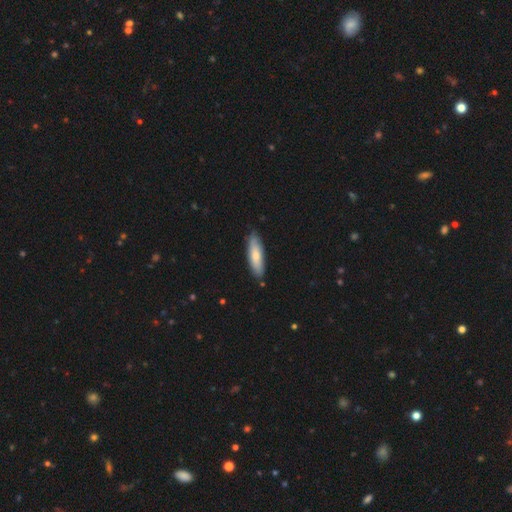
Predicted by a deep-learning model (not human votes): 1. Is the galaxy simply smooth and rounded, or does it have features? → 73% smooth, 22% featured or disk, 5% star or artifact.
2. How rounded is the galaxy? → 49% cigar-shaped (tied), 49% in between (tied), 2% round.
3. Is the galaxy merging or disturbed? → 82% none, 14% minor disturbance, 2% major disturbance, 2% merger.